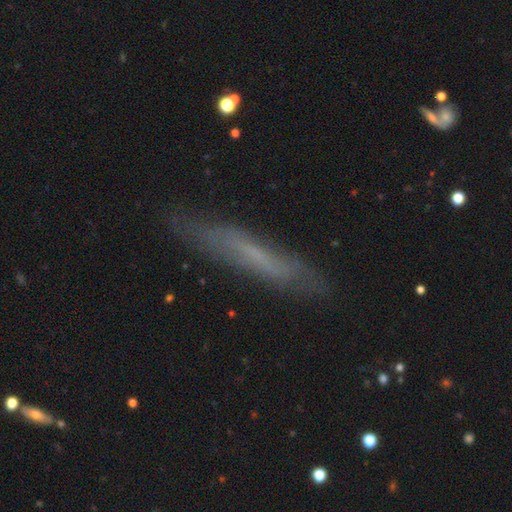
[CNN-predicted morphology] Smooth or featured? featured or disk (50%)
Merging? none (81%)